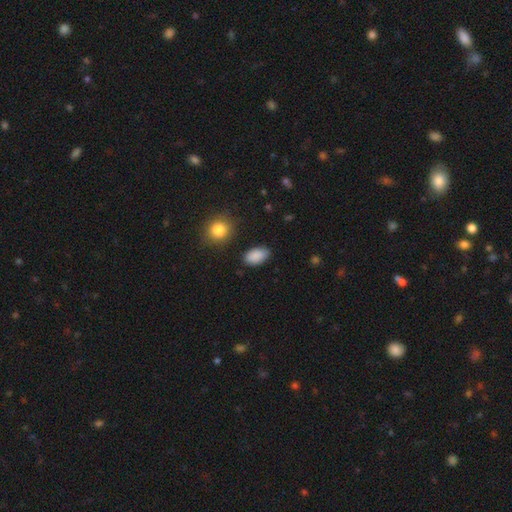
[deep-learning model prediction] A smooth galaxy with no disk features (89%) that is in between round and cigar-shaped (92%).

Vote fractions:
- Smooth or featured? smooth: 89% / star or artifact: 7% / featured or disk: 3%
- How rounded? in between: 92% / round: 6% / cigar-shaped: 2%
- Merging? none: 84% / minor disturbance: 11% / major disturbance: 3% / merger: 2%